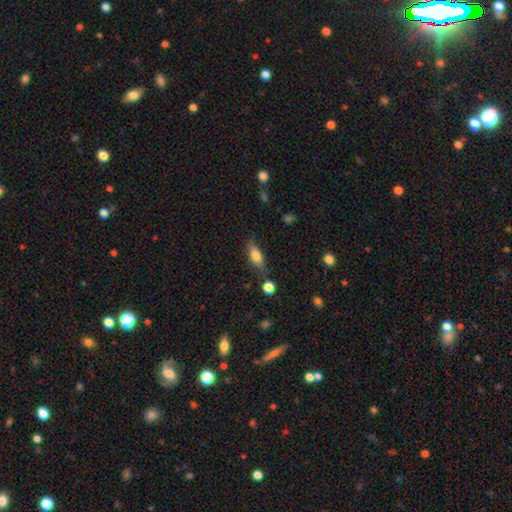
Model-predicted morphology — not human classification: Smooth or featured?
  - smooth: 75% *
  - featured or disk: 17%
  - star or artifact: 8%
How rounded?
  - in between: 74% *
  - cigar-shaped: 21%
  - round: 4%
Merging?
  - none: 68% *
  - minor disturbance: 21%
  - major disturbance: 7%
  - merger: 5%